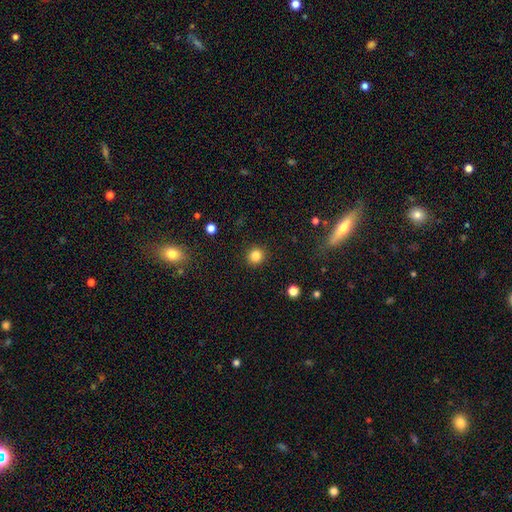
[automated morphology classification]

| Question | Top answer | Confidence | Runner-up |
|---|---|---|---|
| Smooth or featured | smooth | 83% | star or artifact (12%) |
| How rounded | round | 90% | in between (9%) |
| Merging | none | 91% | minor disturbance (6%) |